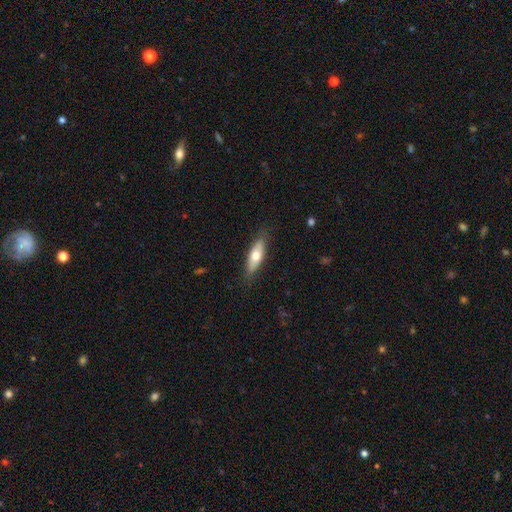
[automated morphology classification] This appears to be a smooth galaxy with no disk features (62%) that is in between round and cigar-shaped (58%). Merging: none (84%).